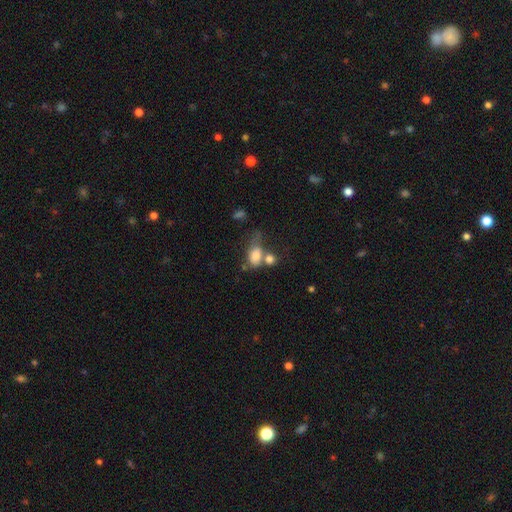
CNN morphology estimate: This appears to be a smooth galaxy with no disk features (76%) that is in between round and cigar-shaped (79%). Merging: merger (47%).